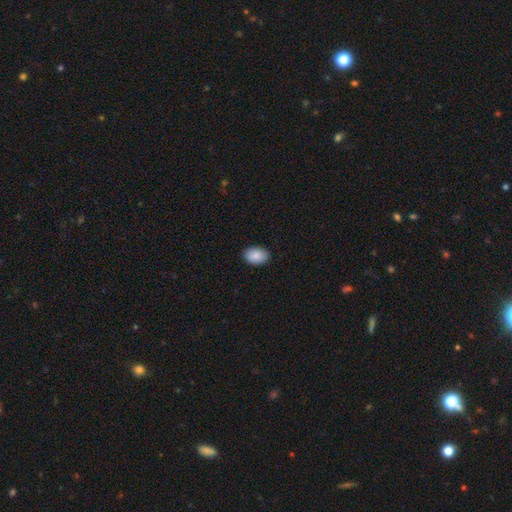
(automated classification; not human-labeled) Morphology: type=smooth (90%); roundness=in between (87%); merging=none (89%).